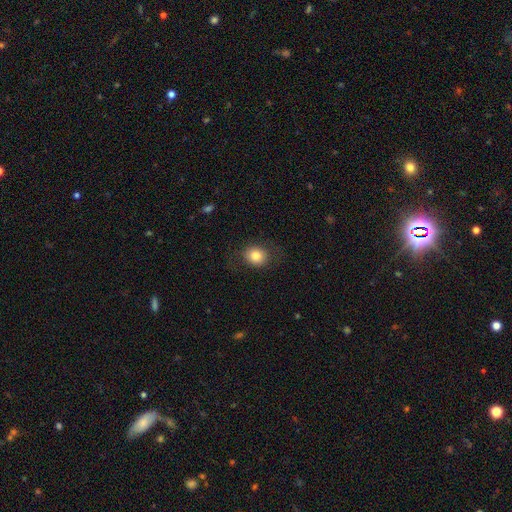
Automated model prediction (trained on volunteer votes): Smooth or featured: smooth — 81% (featured or disk — 9%)
How rounded: round — 68% (in between — 31%)
Merging: none — 80% (minor disturbance — 13%)